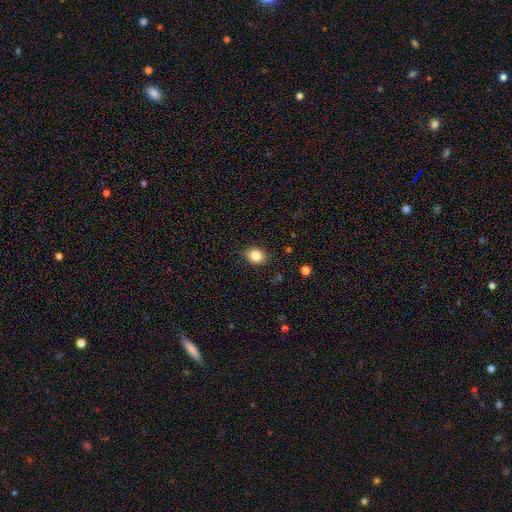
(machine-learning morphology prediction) type=smooth (83%); roundness=in between (51%); merging=none (84%).